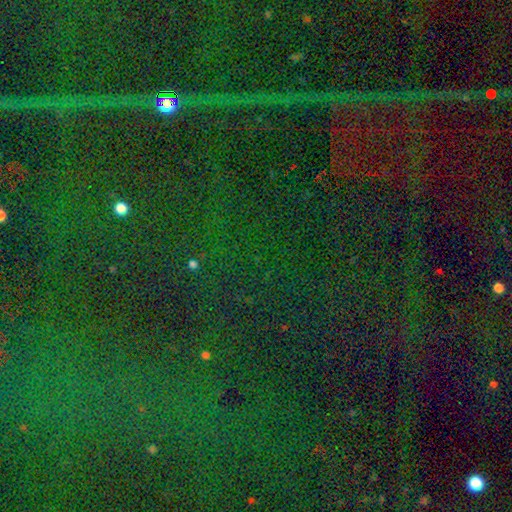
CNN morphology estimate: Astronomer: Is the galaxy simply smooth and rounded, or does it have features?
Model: star or artifact — 83%.